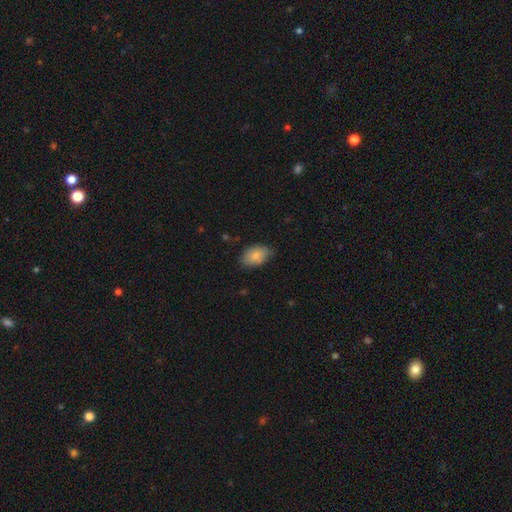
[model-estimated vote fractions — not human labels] This is clearly a smooth galaxy (83%). How rounded: clearly in between (89%). Merging: likely none (75%).